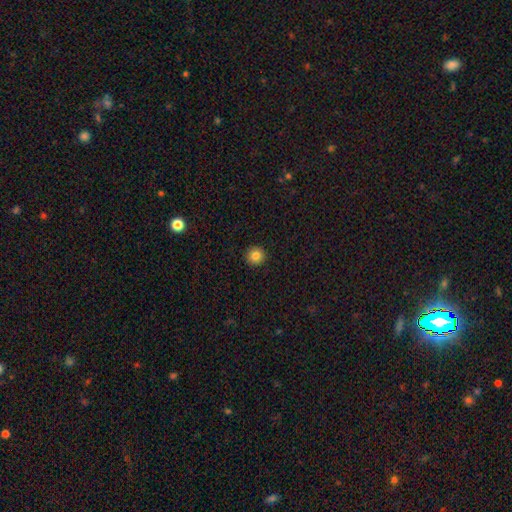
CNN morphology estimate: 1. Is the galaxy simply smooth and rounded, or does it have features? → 83% smooth, 11% star or artifact, 6% featured or disk.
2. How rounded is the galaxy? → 95% round, 4% in between, 1% cigar-shaped.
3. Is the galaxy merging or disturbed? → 93% none, 4% minor disturbance, 1% major disturbance, 1% merger.